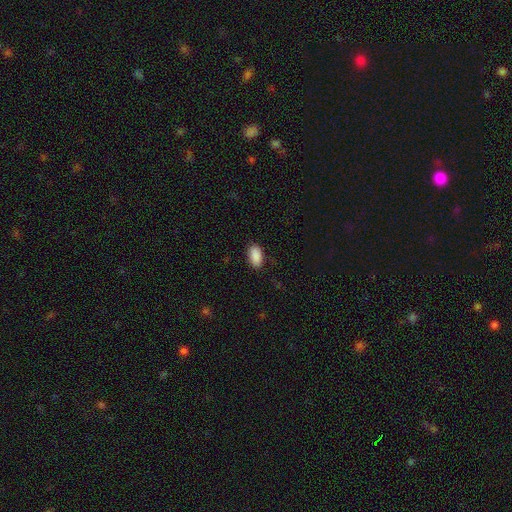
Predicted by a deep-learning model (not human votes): Smooth or featured: smooth — 90% (star or artifact — 7%)
How rounded: in between — 94% (round — 4%)
Merging: none — 85% (minor disturbance — 11%)